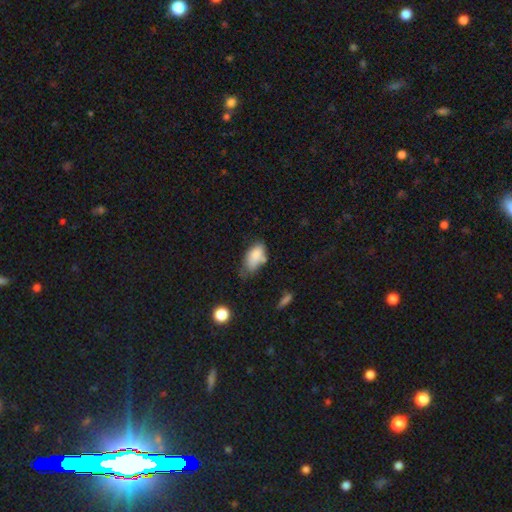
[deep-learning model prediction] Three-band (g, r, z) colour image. It shows a smooth galaxy with no disk features (81%) that is in between round and cigar-shaped (91%). Merging: minor disturbance (39%).